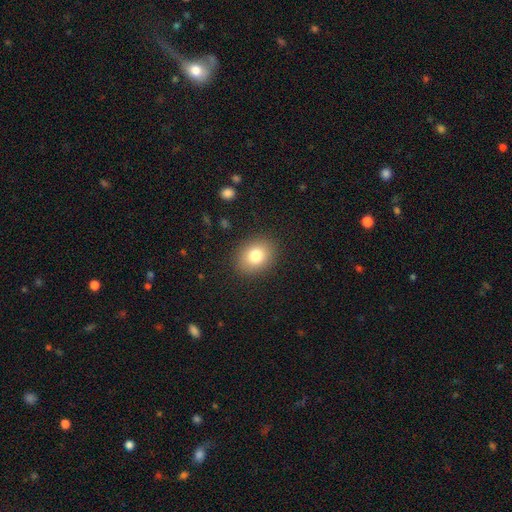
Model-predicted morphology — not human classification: type=smooth (80%); roundness=in between (54%); merging=none (89%).